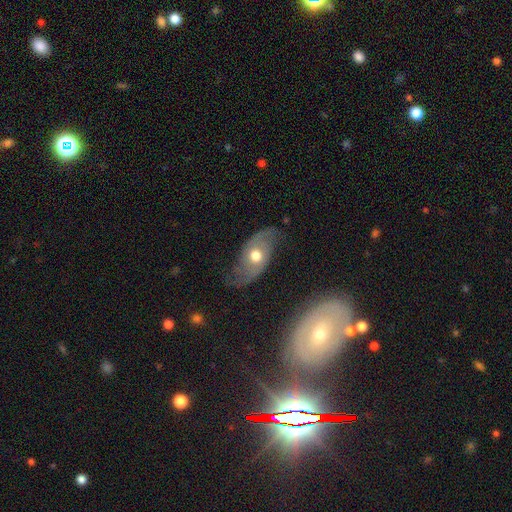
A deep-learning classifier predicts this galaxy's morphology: The model was most divided on "spiral winding": loose: 52%, medium: 34%, tight: 14%. More confident: edge-on disk — no (91%); spiral arm count — 2 (88%); spiral arms — yes (84%); bar — no (79%); bulge size — moderate (75%); smooth or featured — featured or disk (70%); merging — none (64%).